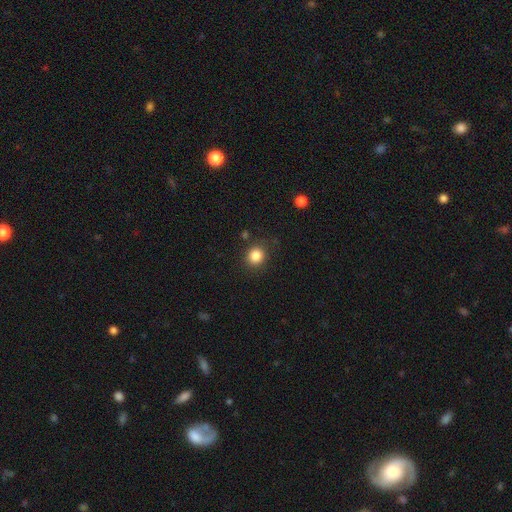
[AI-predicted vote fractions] This is clearly a smooth galaxy (84%). How rounded: clearly round (84%). Merging: clearly none (84%).